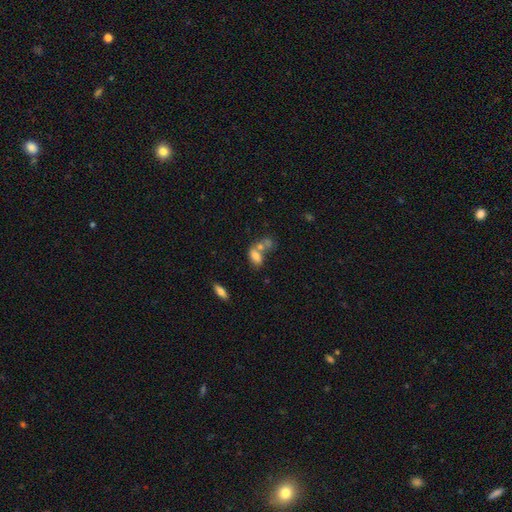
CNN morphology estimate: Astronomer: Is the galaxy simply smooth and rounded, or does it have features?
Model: smooth — 72%.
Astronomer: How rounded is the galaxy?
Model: in between — 86%.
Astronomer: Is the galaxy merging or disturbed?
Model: merger — 52% (runner-up: none, 29%).